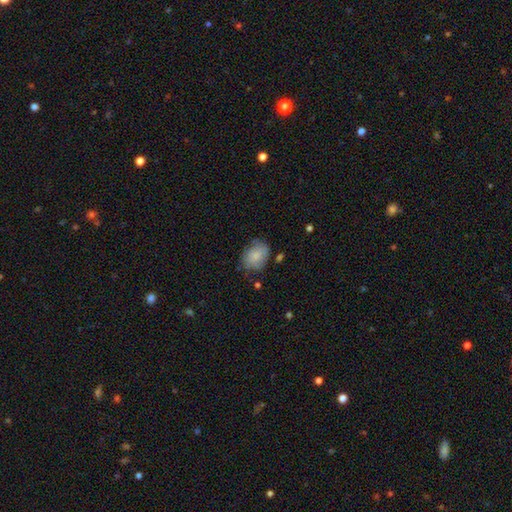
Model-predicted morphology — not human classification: smooth 75%, featured or disk 18%, star or artifact 7%. Down the decision tree: how rounded — in between (52%); merging — none (66%).